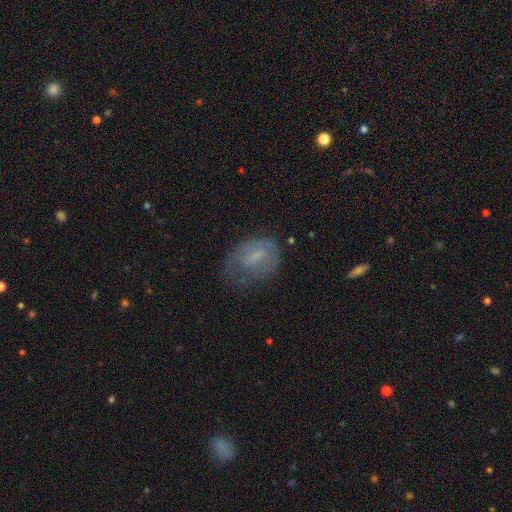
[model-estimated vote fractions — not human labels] Q: Smooth or featured?
A: smooth (52%); runner-up: featured or disk (38%)
Q: How rounded?
A: in between (74%); runner-up: round (23%)
Q: Merging?
A: none (43%); runner-up: minor disturbance (29%)